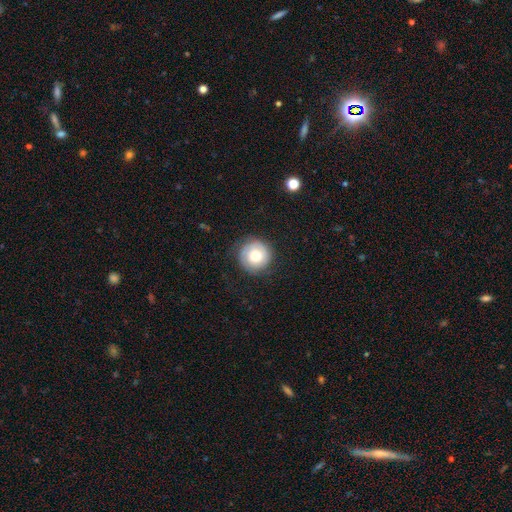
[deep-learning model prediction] Smooth or featured?
  - smooth: 57% *
  - featured or disk: 34%
  - star or artifact: 8%
How rounded?
  - round: 95% *
  - in between: 4%
  - cigar-shaped: 1%
Merging?
  - none: 80% *
  - minor disturbance: 14%
  - major disturbance: 5%
  - merger: 1%